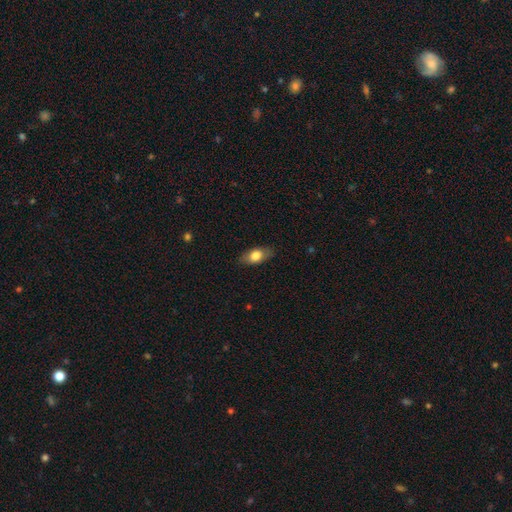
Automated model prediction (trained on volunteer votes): Morphology: type=smooth (75%); roundness=in between (86%); merging=none (83%).